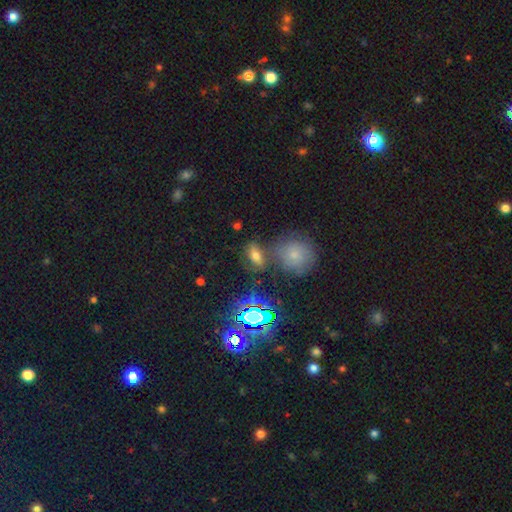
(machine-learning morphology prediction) This is possibly a smooth galaxy (57%). How rounded: likely in between (78%). Merging: likely none (64%).